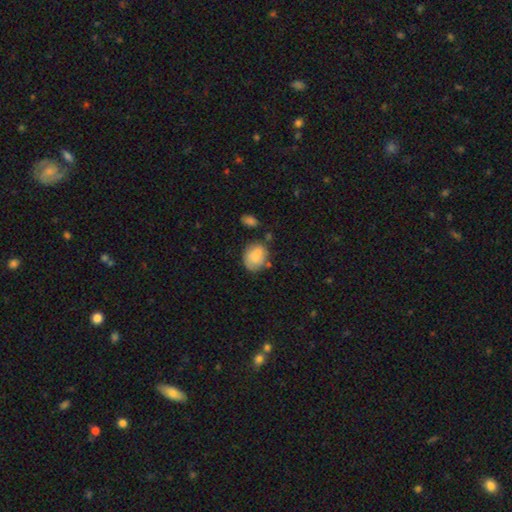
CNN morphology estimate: A smooth galaxy with no disk features (76%) that is round (55%).

Vote fractions:
- Smooth or featured? smooth: 76% / featured or disk: 16% / star or artifact: 8%
- How rounded? round: 55% / in between: 44% / cigar-shaped: 1%
- Merging? none: 57% / minor disturbance: 24% / merger: 12% / major disturbance: 7%